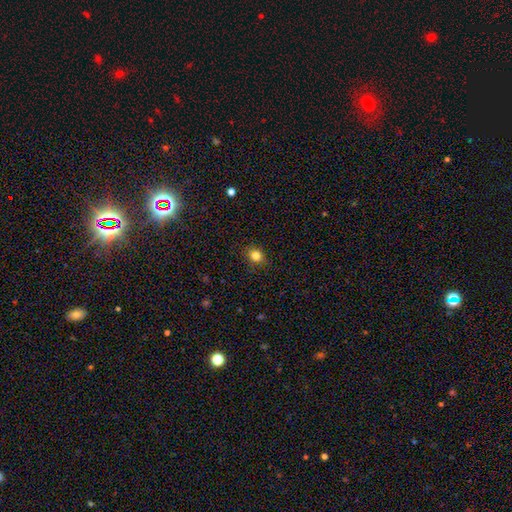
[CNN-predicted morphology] A smooth galaxy with no disk features (82%) that is round (73%).

Vote fractions:
- Smooth or featured? smooth: 82% / star or artifact: 13% / featured or disk: 5%
- How rounded? round: 73% / in between: 26% / cigar-shaped: 1%
- Merging? none: 88% / minor disturbance: 9% / major disturbance: 2% / merger: 1%